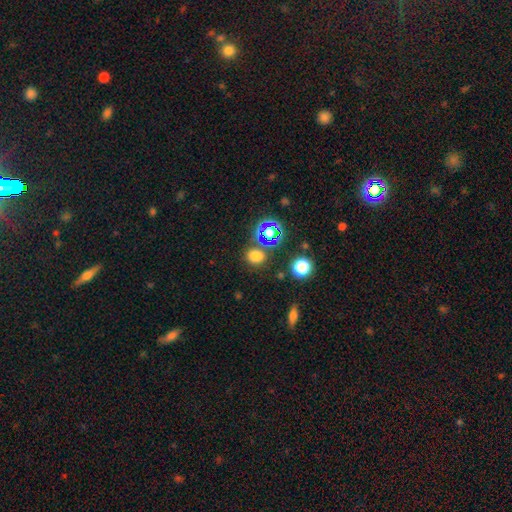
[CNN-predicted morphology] Q: Smooth or featured?
A: smooth (68%); runner-up: star or artifact (26%)
Q: How rounded?
A: round (70%); runner-up: in between (28%)
Q: Merging?
A: none (75%); runner-up: merger (11%)